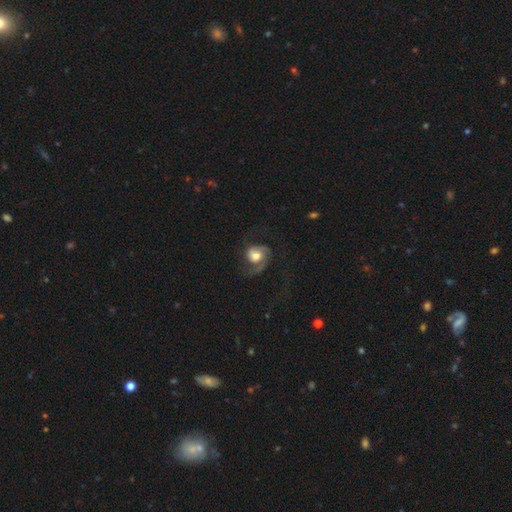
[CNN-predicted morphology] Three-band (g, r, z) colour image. It shows a featured or disk galaxy (63%) with no bar (69%), 2 (55%) medium (43%) spiral arms (89%) and a moderate central bulge (60%). Merging: none (49%).